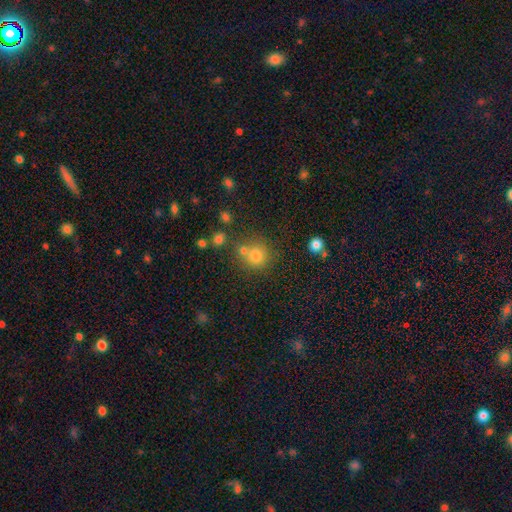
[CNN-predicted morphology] A smooth galaxy with no disk features (75%) that is round (90%).

Vote fractions:
- Smooth or featured? smooth: 75% / star or artifact: 16% / featured or disk: 9%
- How rounded? round: 90% / in between: 9% / cigar-shaped: 1%
- Merging? none: 64% / merger: 23% / minor disturbance: 9% / major disturbance: 4%